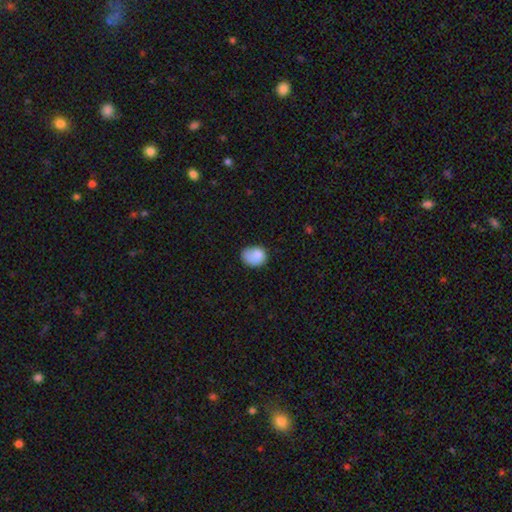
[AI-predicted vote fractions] Morphology: type=smooth (81%); roundness=in between (60%); merging=none (49%).